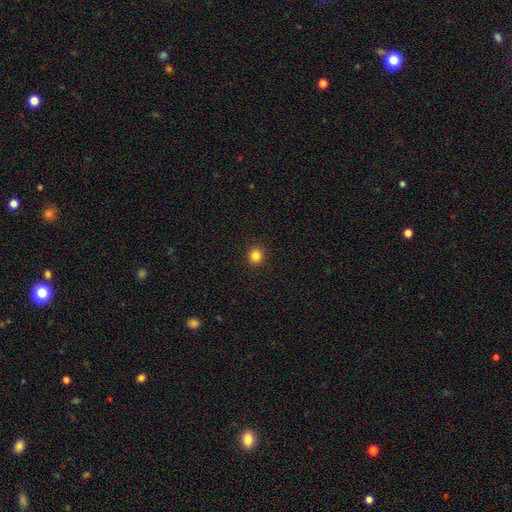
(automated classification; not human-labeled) Smooth or featured: smooth — 84% (star or artifact — 12%)
How rounded: round — 85% (in between — 14%)
Merging: none — 93% (minor disturbance — 5%)